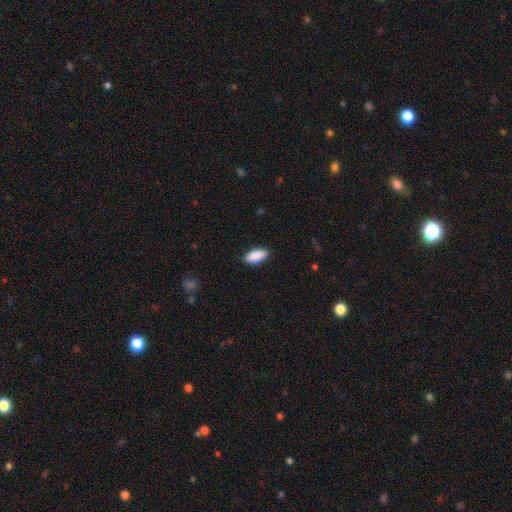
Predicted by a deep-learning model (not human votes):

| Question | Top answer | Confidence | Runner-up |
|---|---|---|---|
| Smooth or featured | smooth | 89% | star or artifact (6%) |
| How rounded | in between | 88% | cigar-shaped (10%) |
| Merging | none | 87% | minor disturbance (10%) |